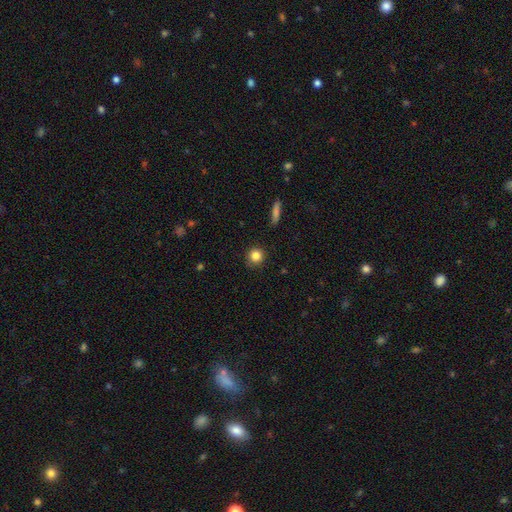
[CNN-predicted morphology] Smooth or featured: smooth — 84% (star or artifact — 10%)
How rounded: round — 92% (in between — 7%)
Merging: none — 88% (minor disturbance — 8%)